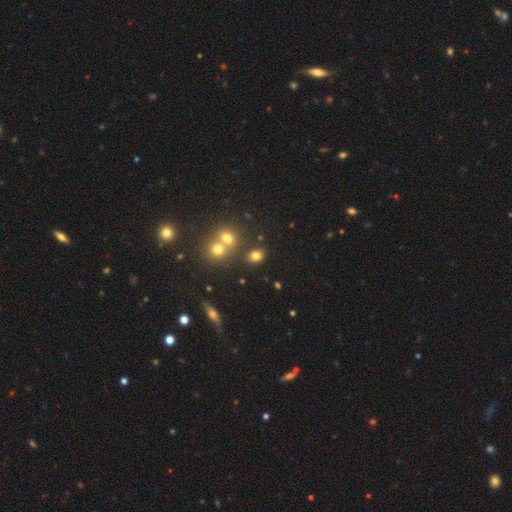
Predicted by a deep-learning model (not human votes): Q: Smooth or featured?
A: smooth (74%); runner-up: star or artifact (17%)
Q: How rounded?
A: round (51%); runner-up: in between (48%)
Q: Merging?
A: none (69%); runner-up: merger (17%)